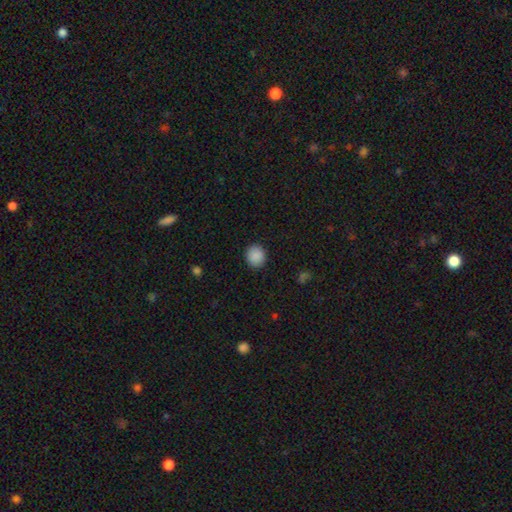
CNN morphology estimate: A smooth galaxy with no disk features (89%) that is round (81%). Merging: none (90%).